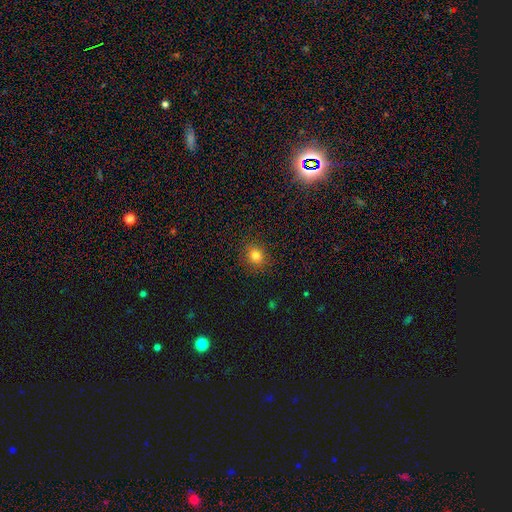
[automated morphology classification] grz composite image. It shows a smooth galaxy with no disk features (80%) that is round (78%). Merging: none (89%).